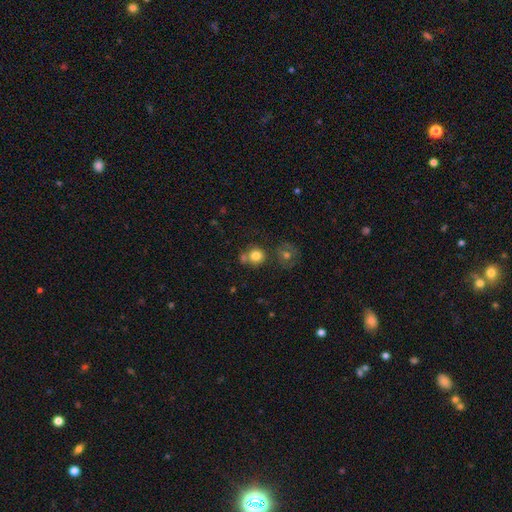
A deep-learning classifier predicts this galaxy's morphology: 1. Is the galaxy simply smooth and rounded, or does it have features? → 80% smooth, 12% star or artifact, 9% featured or disk.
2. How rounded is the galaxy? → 88% round, 11% in between, 1% cigar-shaped.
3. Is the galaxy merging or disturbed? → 62% none, 23% merger, 11% minor disturbance, 4% major disturbance.